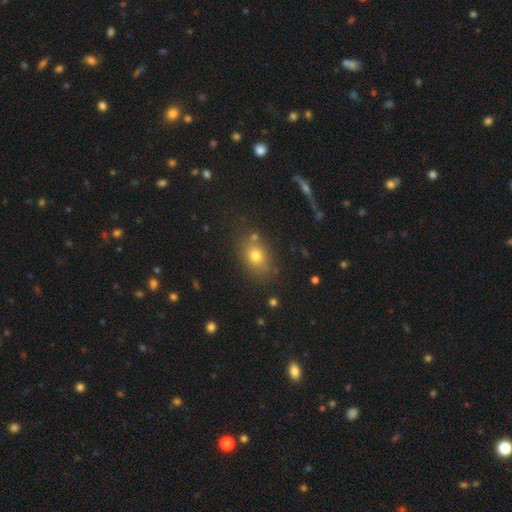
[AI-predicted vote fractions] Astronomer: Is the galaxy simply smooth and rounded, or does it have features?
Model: smooth — 73%.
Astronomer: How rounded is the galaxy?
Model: in between — 63%.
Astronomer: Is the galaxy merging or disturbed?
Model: none — 77%.